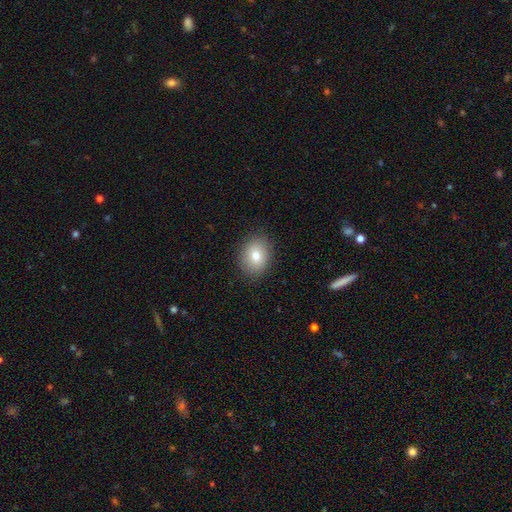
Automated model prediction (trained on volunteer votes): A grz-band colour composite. It shows a smooth galaxy with no disk features (77%) that is round (54%). Merging: none (88%).